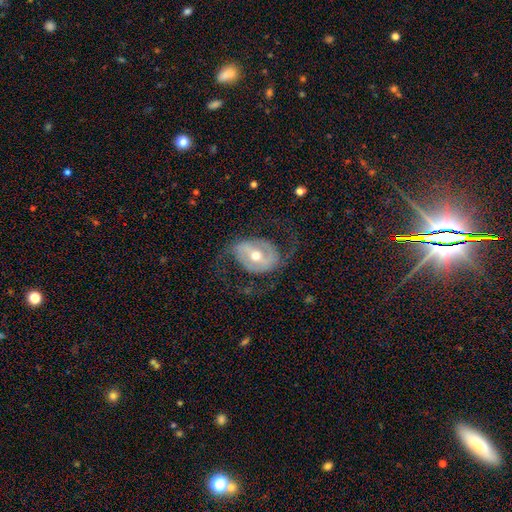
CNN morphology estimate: This appears to be a featured or disk galaxy (79%) with a strong bar (38%, tied with weak), 2 (85%) loose (45%) spiral arms (80%) and a moderate central bulge (72%). Merging: none (62%).